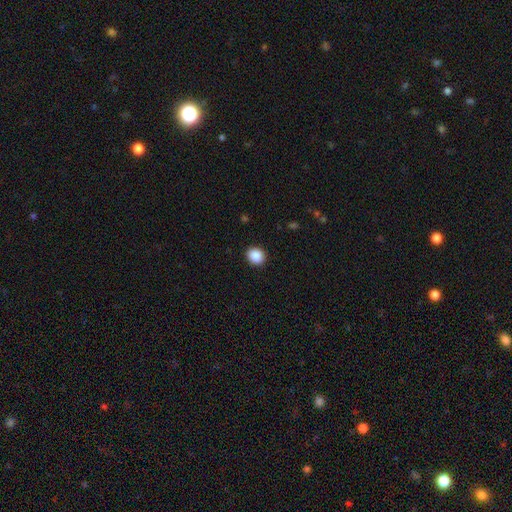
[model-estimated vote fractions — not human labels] This is clearly a smooth galaxy (89%). How rounded: likely round (77%). Merging: clearly none (91%).